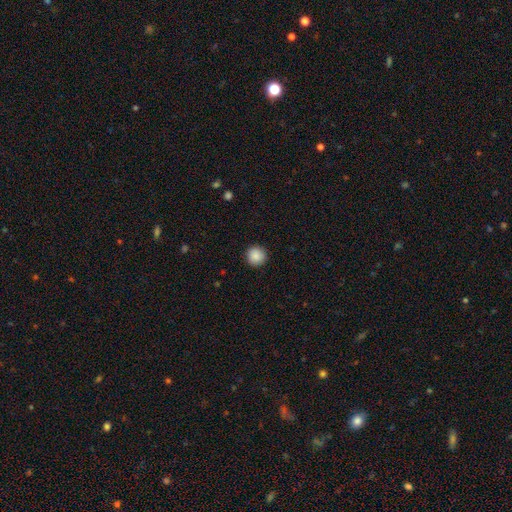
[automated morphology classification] smooth_or_featured: smooth (p=0.88) [alt: star or artifact p=0.09]
how_rounded: round (p=0.95) [alt: in between p=0.04]
merging: none (p=0.92) [alt: minor disturbance p=0.05]